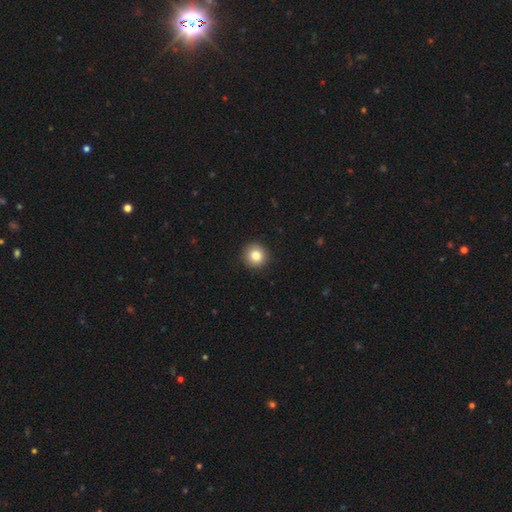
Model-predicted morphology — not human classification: Smooth or featured?
  - smooth: 84% *
  - star or artifact: 9%
  - featured or disk: 7%
How rounded?
  - round: 93% *
  - in between: 6%
  - cigar-shaped: 1%
Merging?
  - none: 92% *
  - minor disturbance: 5%
  - major disturbance: 2%
  - merger: 1%